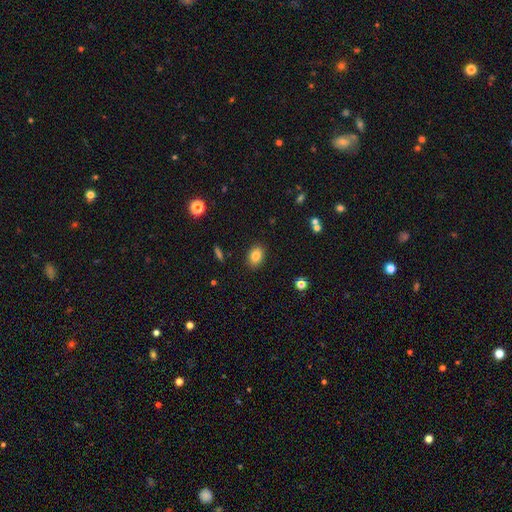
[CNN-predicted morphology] Q: Smooth or featured?
A: smooth (82%); runner-up: star or artifact (10%)
Q: How rounded?
A: in between (70%); runner-up: round (29%)
Q: Merging?
A: none (88%); runner-up: minor disturbance (8%)